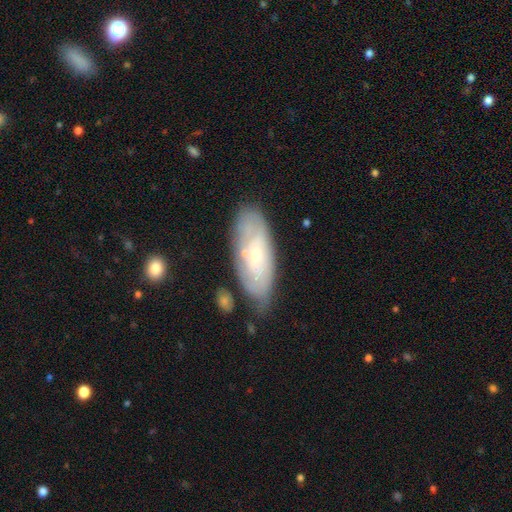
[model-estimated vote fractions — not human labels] A featured or disk galaxy (51%).

Vote fractions:
- Smooth or featured? featured or disk: 51% / smooth: 42% / star or artifact: 7%
- Edge-on disk? no: 84% / yes: 16%
- Merging? none: 65% / minor disturbance: 23% / major disturbance: 6% / merger: 6%